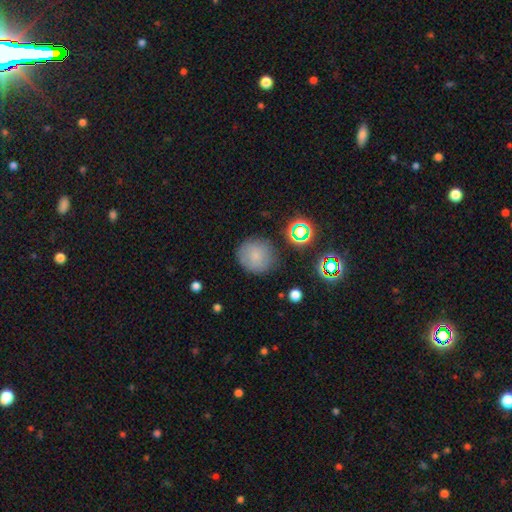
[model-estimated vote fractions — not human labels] This appears to be a smooth galaxy with no disk features (77%) that is round (91%). Merging: none (80%).